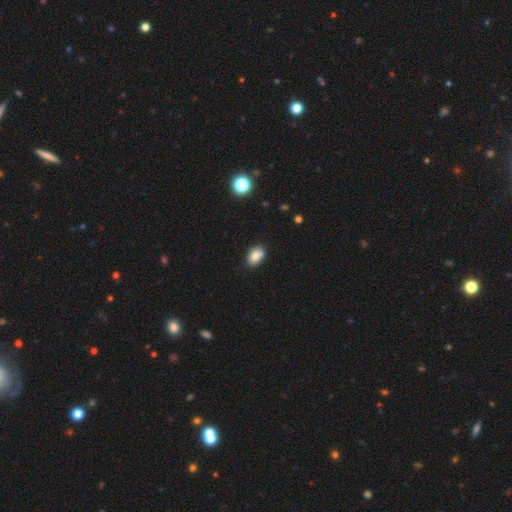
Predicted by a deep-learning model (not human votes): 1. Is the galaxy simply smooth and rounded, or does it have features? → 81% smooth, 10% star or artifact, 9% featured or disk.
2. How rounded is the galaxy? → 83% in between, 16% round, 1% cigar-shaped.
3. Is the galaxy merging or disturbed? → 68% none, 19% minor disturbance, 10% merger, 3% major disturbance.